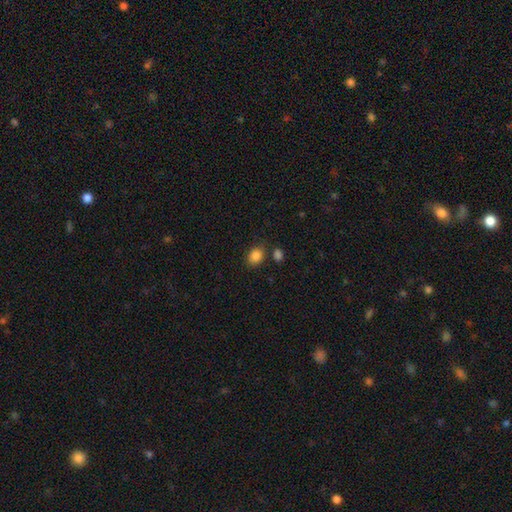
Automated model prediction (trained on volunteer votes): Q: Smooth or featured?
A: smooth (86%); runner-up: star or artifact (10%)
Q: How rounded?
A: in between (55%); runner-up: round (44%)
Q: Merging?
A: none (74%); runner-up: minor disturbance (13%)